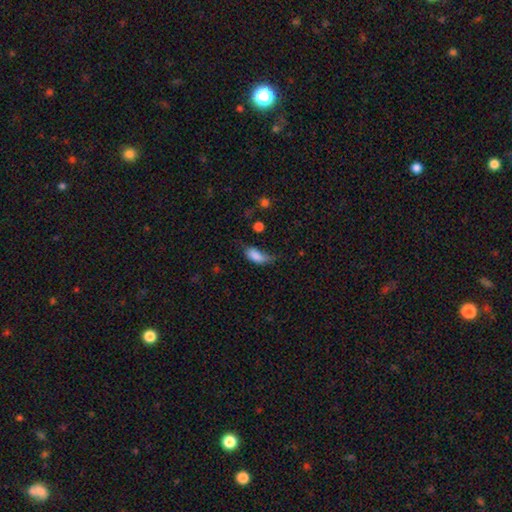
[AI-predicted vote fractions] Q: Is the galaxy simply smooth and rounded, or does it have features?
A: smooth — 81%.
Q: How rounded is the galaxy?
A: in between — 87%.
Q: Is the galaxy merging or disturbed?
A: minor disturbance — 39%.